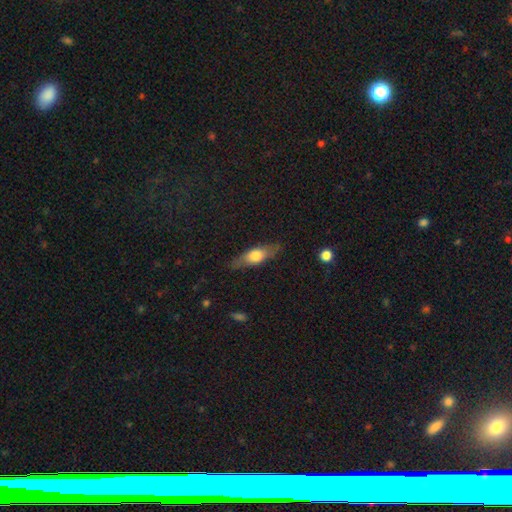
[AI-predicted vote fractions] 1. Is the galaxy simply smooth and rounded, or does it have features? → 56% smooth, 38% featured or disk, 7% star or artifact.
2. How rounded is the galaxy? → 52% in between, 44% cigar-shaped, 4% round.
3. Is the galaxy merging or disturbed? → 79% none, 16% minor disturbance, 4% major disturbance, 1% merger.